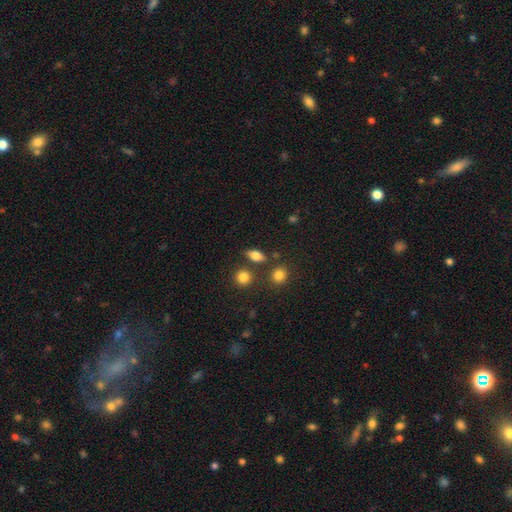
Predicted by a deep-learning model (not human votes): Smooth or featured? Predicted: smooth (p=0.75). How rounded? Predicted: in between (p=0.71). Merging? Predicted: none (p=0.78).